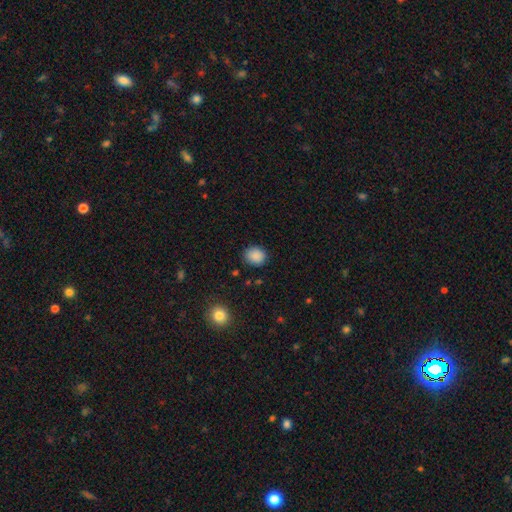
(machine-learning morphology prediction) Smooth or featured? smooth (88%)
How rounded? round (71%)
Merging? none (85%)